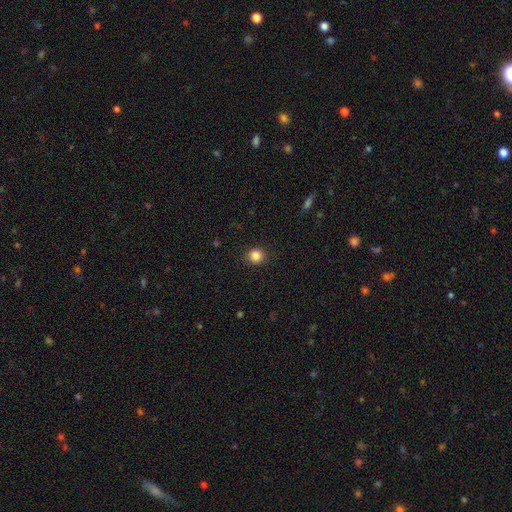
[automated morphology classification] Smooth or featured?
  - smooth: 85% *
  - star or artifact: 11%
  - featured or disk: 4%
How rounded?
  - round: 87% *
  - in between: 12%
  - cigar-shaped: 1%
Merging?
  - none: 91% *
  - minor disturbance: 6%
  - major disturbance: 2%
  - merger: 1%